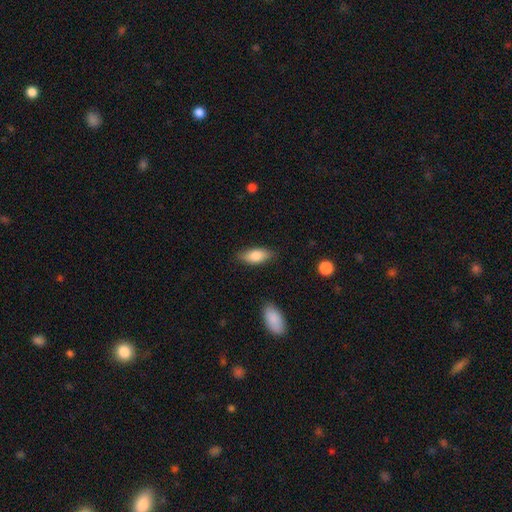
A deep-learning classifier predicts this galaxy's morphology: The model was most divided on "merging": none: 82%, minor disturbance: 14%, major disturbance: 3%, merger: 2%. More confident: how rounded — in between (84%); smooth or featured — smooth (82%).